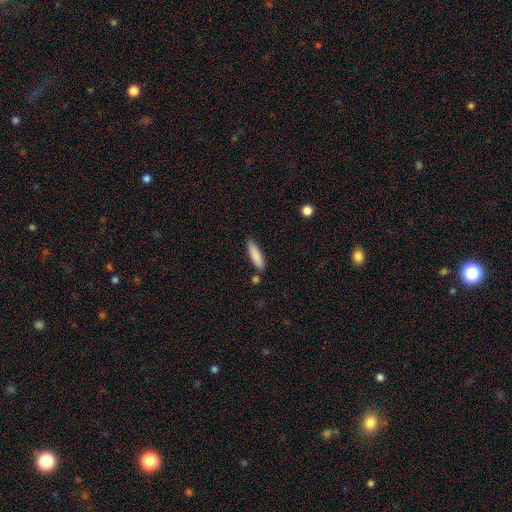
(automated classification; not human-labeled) Q: Smooth or featured?
A: smooth (85%); runner-up: featured or disk (9%)
Q: How rounded?
A: cigar-shaped (66%); runner-up: in between (32%)
Q: Merging?
A: none (80%); runner-up: minor disturbance (12%)